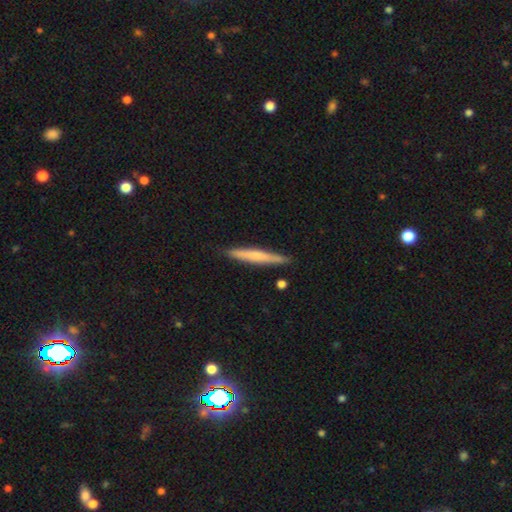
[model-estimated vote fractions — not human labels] Smooth or featured?
  - smooth: 56% *
  - featured or disk: 38%
  - star or artifact: 5%
How rounded?
  - cigar-shaped: 96% *
  - in between: 3%
  - round: 1%
Merging?
  - none: 88% *
  - minor disturbance: 9%
  - merger: 2%
  - major disturbance: 2%